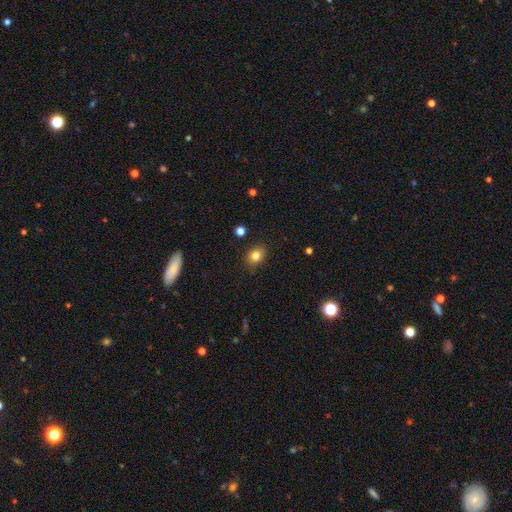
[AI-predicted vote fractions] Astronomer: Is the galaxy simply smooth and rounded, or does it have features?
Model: smooth — 82%.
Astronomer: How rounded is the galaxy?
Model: in between — 51% (runner-up: round, 48%).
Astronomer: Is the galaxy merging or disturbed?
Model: none — 85%.